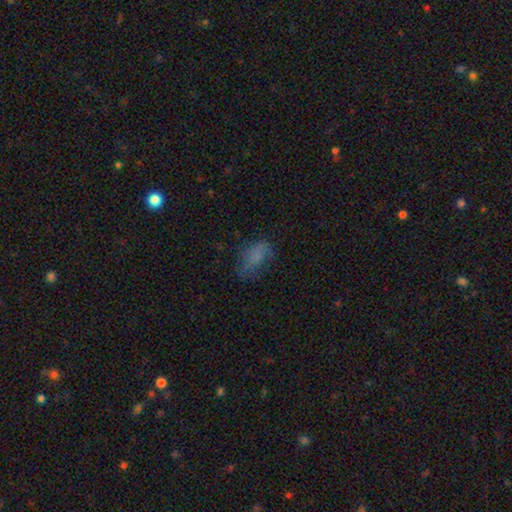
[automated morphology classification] Overall: smooth (64%). How rounded: in between (87%). Merging: none (51%; minor disturbance 27%).